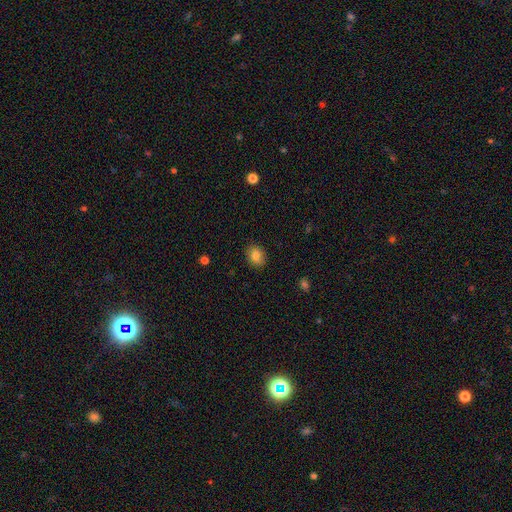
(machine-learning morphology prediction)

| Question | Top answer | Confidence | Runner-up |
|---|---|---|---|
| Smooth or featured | smooth | 83% | star or artifact (9%) |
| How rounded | in between | 54% | round (45%) |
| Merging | none | 88% | minor disturbance (9%) |